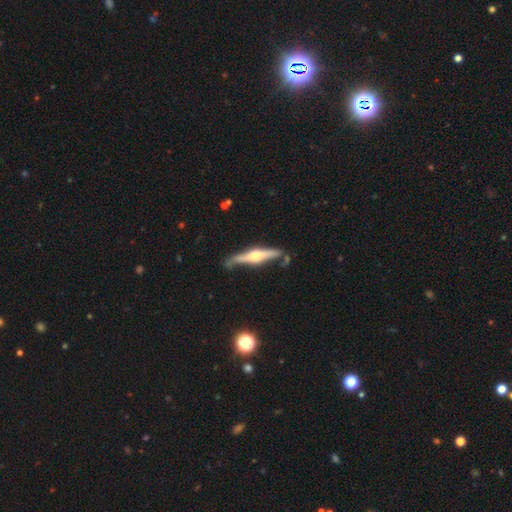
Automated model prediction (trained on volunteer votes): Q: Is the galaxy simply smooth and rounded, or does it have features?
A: featured or disk — 74%.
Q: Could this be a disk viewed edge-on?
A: yes — 96%.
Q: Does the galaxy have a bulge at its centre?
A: rounded — 93%.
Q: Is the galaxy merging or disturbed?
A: none — 73%.